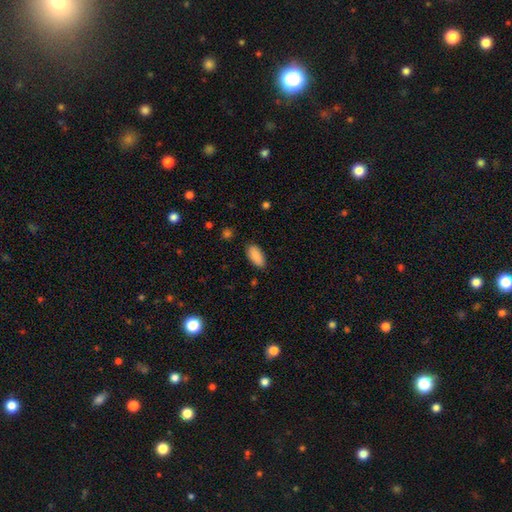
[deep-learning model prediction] Smooth or featured? Predicted: smooth (p=0.89). How rounded? Predicted: in between (p=0.91). Merging? Predicted: none (p=0.83).